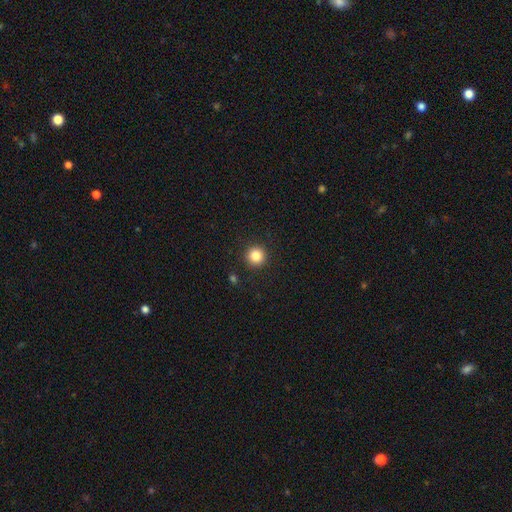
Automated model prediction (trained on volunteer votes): Overall: smooth (85%). How rounded: round (95%). Merging: none (92%).